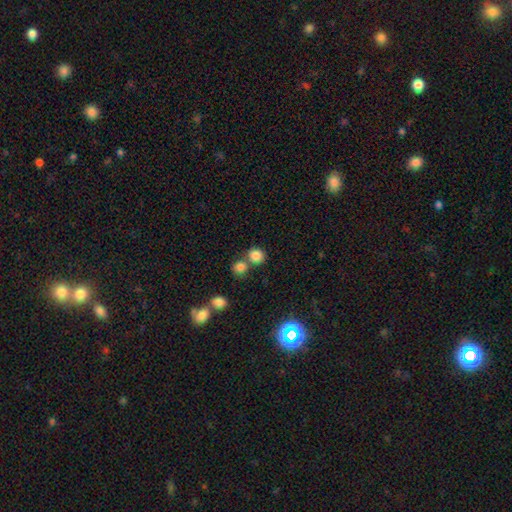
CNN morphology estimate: smooth 82%, star or artifact 12%, featured or disk 6%. Down the decision tree: how rounded — round (87%); merging — none (60%).